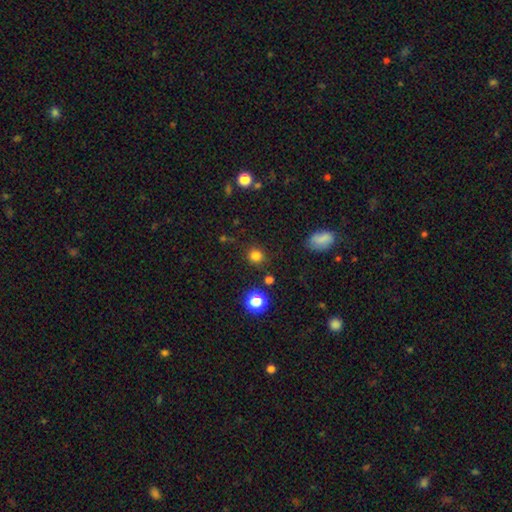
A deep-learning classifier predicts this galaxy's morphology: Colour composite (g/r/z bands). It shows a smooth galaxy with no disk features (79%) that is round (87%). Merging: none (85%).